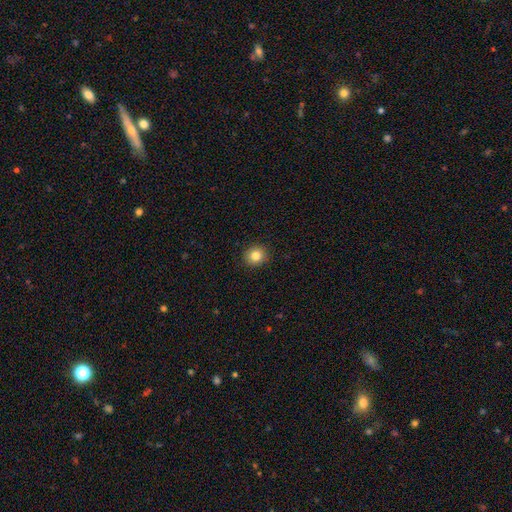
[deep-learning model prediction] Smooth or featured? smooth (83%)
How rounded? round (86%)
Merging? none (92%)